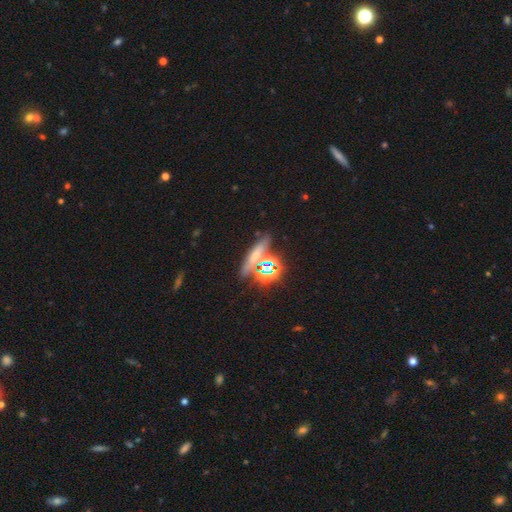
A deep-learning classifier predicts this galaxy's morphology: type=smooth (44%); merging=none (68%).